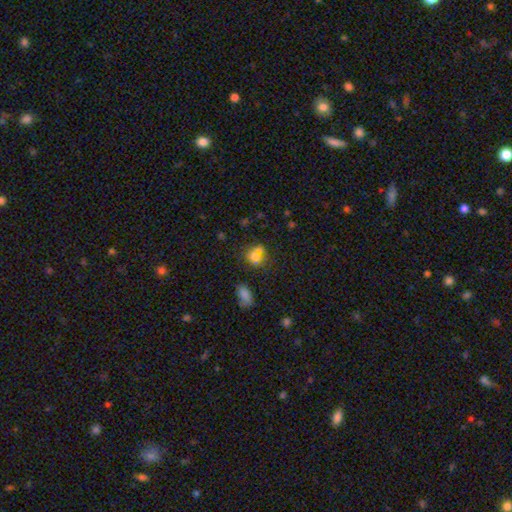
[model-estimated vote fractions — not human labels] Smooth or featured? smooth (65%)
How rounded? round (74%)
Merging? none (58%)